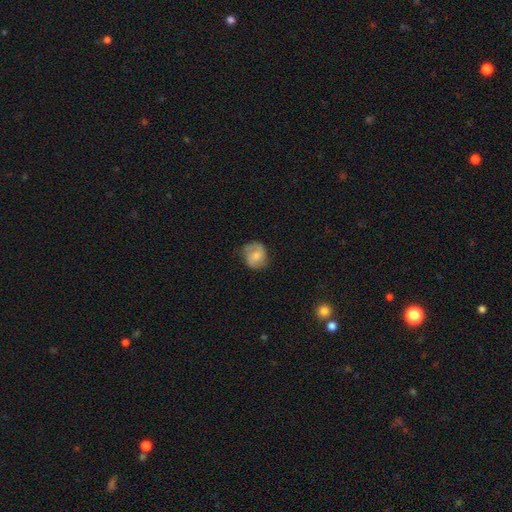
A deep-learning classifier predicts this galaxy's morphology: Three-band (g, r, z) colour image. It shows a smooth galaxy with no disk features (63%) that is round (71%). Merging: none (63%).